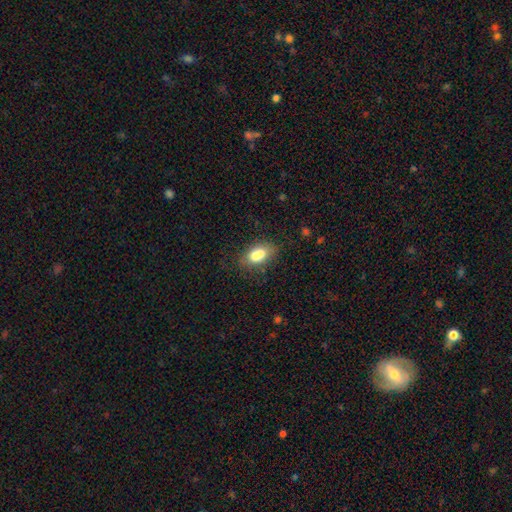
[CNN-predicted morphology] Smooth or featured?
  - smooth: 73% *
  - featured or disk: 18%
  - star or artifact: 10%
How rounded?
  - in between: 82% *
  - round: 15%
  - cigar-shaped: 3%
Merging?
  - none: 49% *
  - merger: 28%
  - minor disturbance: 17%
  - major disturbance: 6%